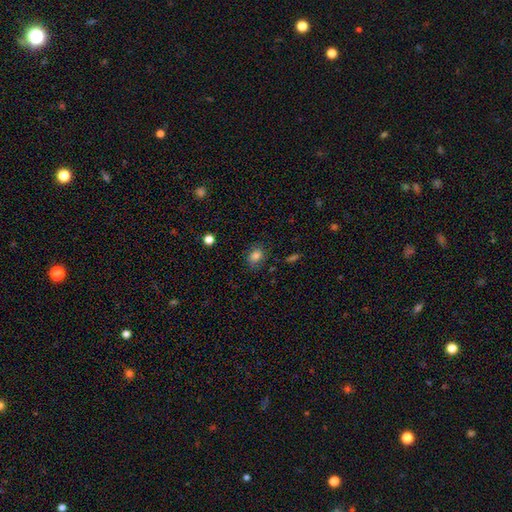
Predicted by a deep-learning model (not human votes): smooth_or_featured: smooth (p=0.82) [alt: star or artifact p=0.12]
how_rounded: in between (p=0.59) [alt: round p=0.40]
merging: none (p=0.76) [alt: minor disturbance p=0.17]